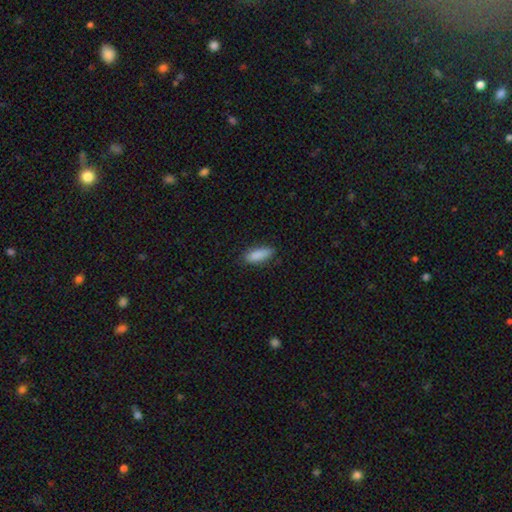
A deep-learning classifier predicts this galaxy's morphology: This is clearly a smooth galaxy (88%). How rounded: possibly in between (60%). Merging: clearly none (85%).